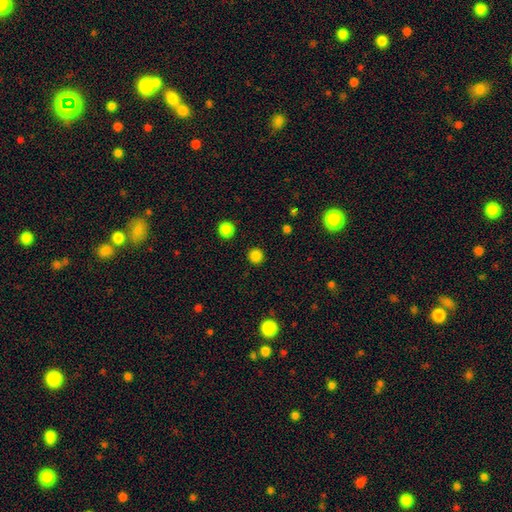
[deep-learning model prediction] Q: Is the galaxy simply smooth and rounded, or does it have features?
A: smooth — 83%.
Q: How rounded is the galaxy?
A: round — 94%.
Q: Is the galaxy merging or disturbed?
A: none — 91%.